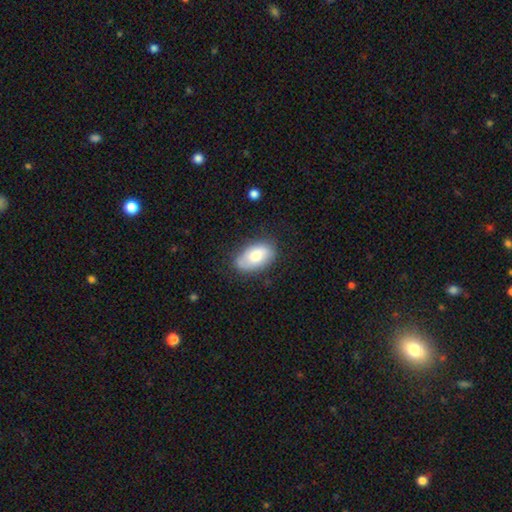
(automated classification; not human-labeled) Smooth or featured? Predicted: smooth (p=0.75). How rounded? Predicted: in between (p=0.93). Merging? Predicted: none (p=0.75).